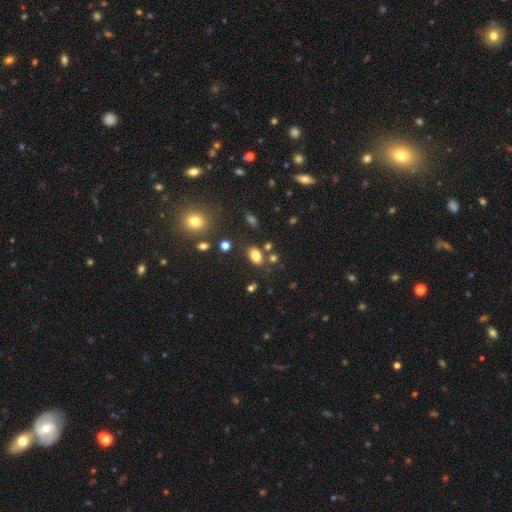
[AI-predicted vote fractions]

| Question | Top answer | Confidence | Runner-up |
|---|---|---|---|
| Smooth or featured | smooth | 80% | star or artifact (12%) |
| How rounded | in between | 83% | round (15%) |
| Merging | none | 76% | minor disturbance (12%) |